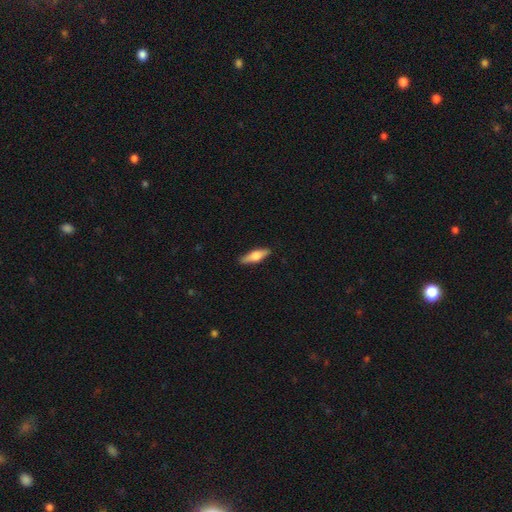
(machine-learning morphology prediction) This appears to be a smooth galaxy with no disk features (49%). Merging: none (88%).